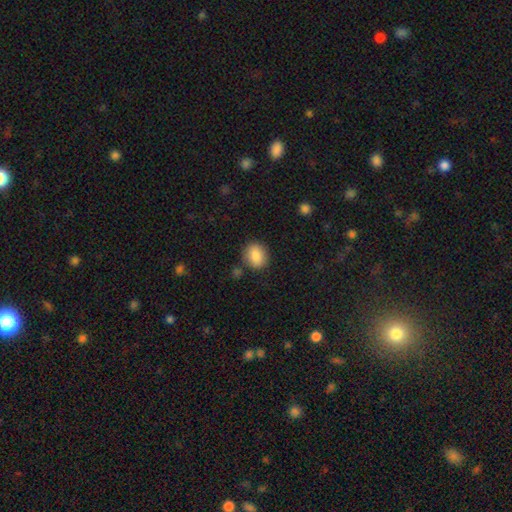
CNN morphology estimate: Smooth or featured? Predicted: smooth (p=0.86). How rounded? Predicted: round (p=0.57). Merging? Predicted: none (p=0.83).